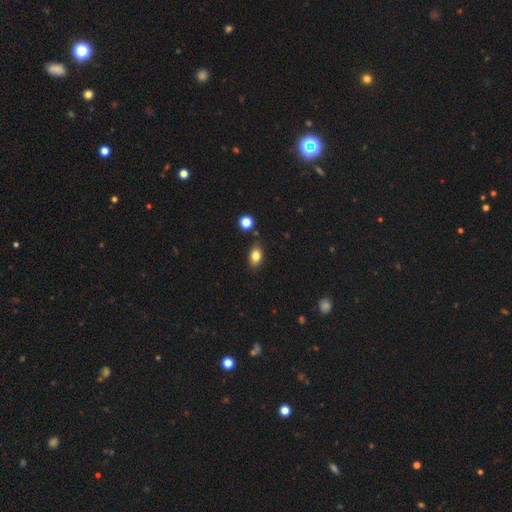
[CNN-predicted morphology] smooth_or_featured: smooth (p=0.81) [alt: star or artifact p=0.09]
how_rounded: in between (p=0.83) [alt: round p=0.14]
merging: none (p=0.82) [alt: minor disturbance p=0.12]